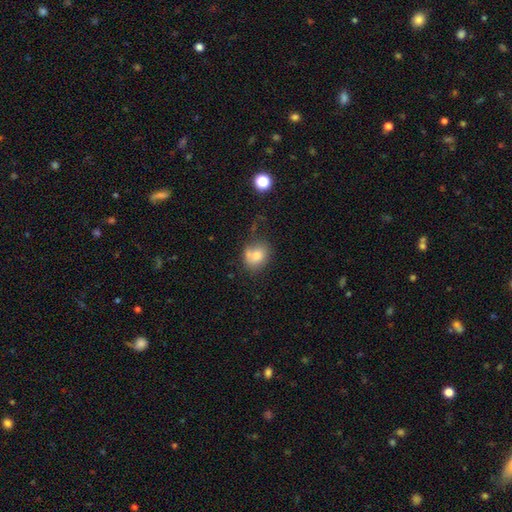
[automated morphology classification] A smooth galaxy with no disk features (76%) that is round (54%). Merging: none (46%).